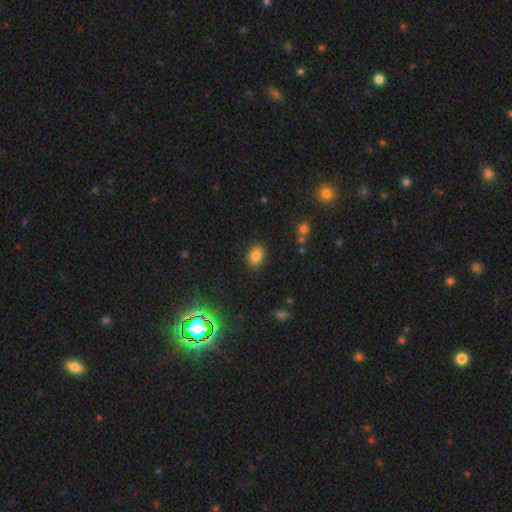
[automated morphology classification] smooth-or-featured: smooth: 81% | star or artifact: 13% | featured or disk: 7%
  how-rounded: in between: 78% | round: 21% | cigar-shaped: 1%
  merging: none: 87% | minor disturbance: 9% | major disturbance: 3% | merger: 2%